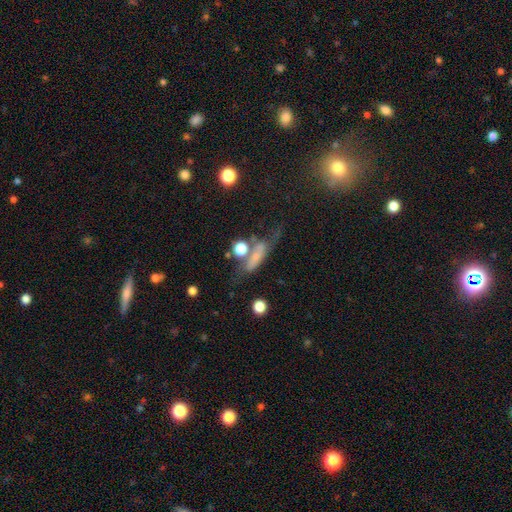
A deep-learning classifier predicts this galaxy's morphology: Smooth or featured: smooth — 53% (featured or disk — 33%)
How rounded: cigar-shaped — 49% (in between — 38%)
Merging: none — 39% (major disturbance — 22%)